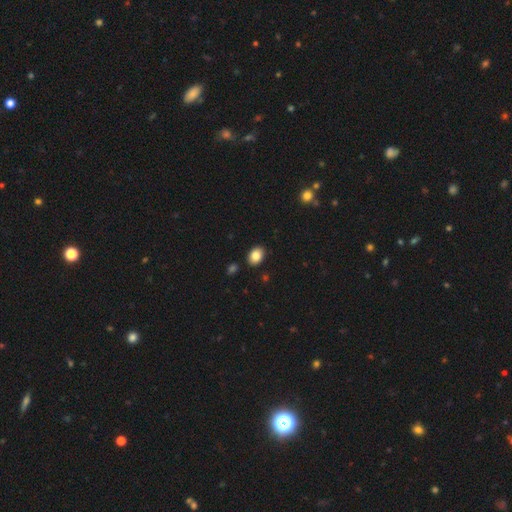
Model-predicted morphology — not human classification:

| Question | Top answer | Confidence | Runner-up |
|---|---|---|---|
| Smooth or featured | smooth | 85% | star or artifact (8%) |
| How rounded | in between | 74% | round (25%) |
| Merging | none | 89% | minor disturbance (8%) |